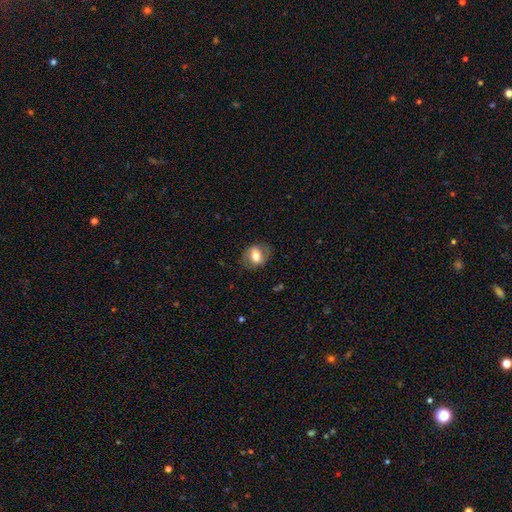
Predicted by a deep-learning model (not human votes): Smooth or featured? Predicted: smooth (p=0.62). How rounded? Predicted: in between (p=0.62). Merging? Predicted: none (p=0.76).